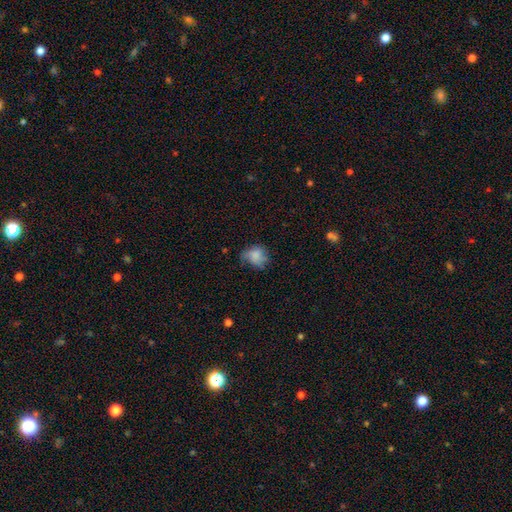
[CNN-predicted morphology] The model was most divided on "how rounded": round: 54%, in between: 45%, cigar-shaped: 1%. Remaining: smooth or featured — smooth (76%); merging — none (47%).